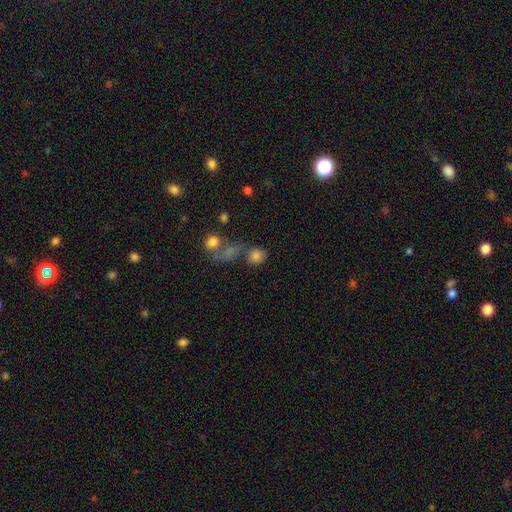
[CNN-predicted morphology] type=smooth (78%); roundness=round (72%); merging=none (51%).